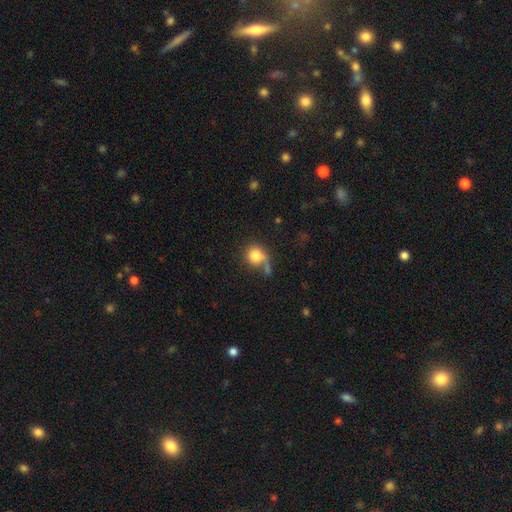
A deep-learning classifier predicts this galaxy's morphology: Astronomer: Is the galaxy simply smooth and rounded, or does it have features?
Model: smooth — 80%.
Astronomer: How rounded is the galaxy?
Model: round — 80%.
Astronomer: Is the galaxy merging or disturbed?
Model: none — 47%.